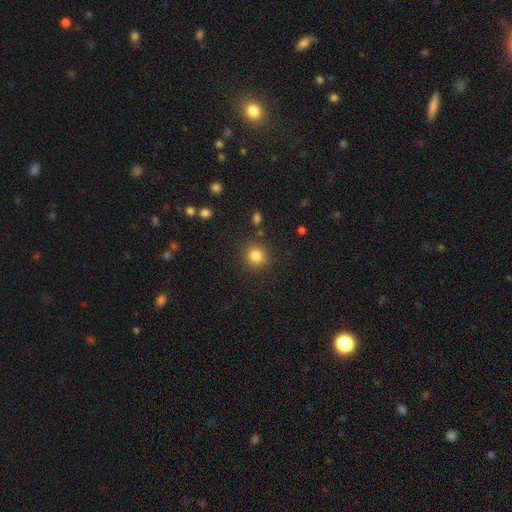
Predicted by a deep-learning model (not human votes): smooth 83%, star or artifact 11%, featured or disk 6%. Down the decision tree: how rounded — round (91%); merging — none (87%).